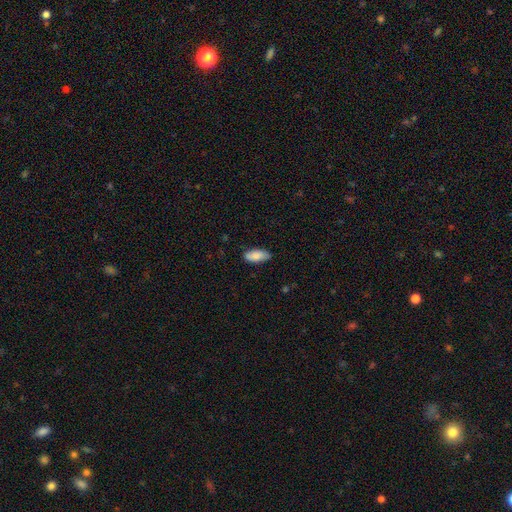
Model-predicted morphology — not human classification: This is clearly a smooth galaxy (84%). How rounded: clearly in between (85%). Merging: likely none (79%).